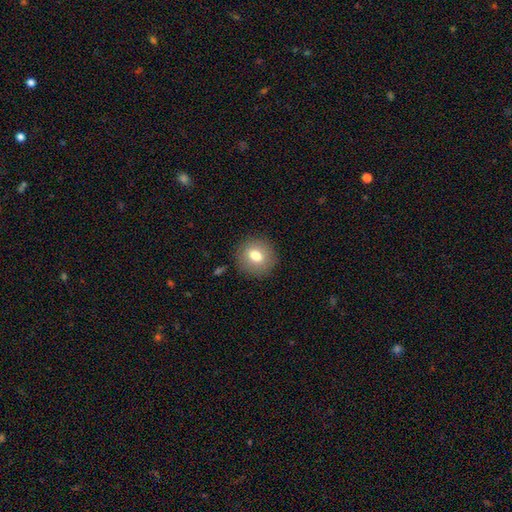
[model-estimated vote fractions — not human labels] smooth-or-featured: smooth: 76% | featured or disk: 15% | star or artifact: 9%
  how-rounded: round: 84% | in between: 15% | cigar-shaped: 1%
  merging: none: 89% | minor disturbance: 7% | major disturbance: 3% | merger: 1%